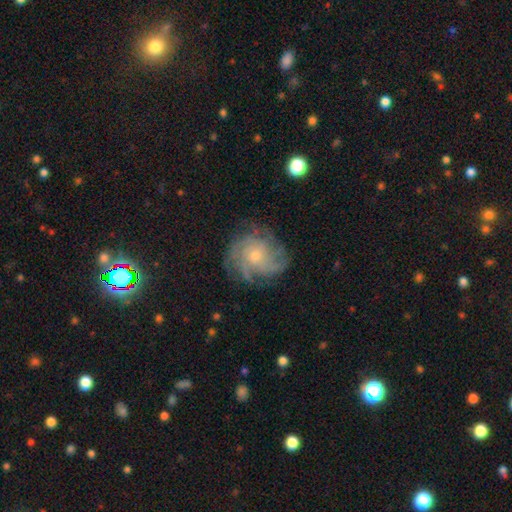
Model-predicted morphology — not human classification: featured or disk 78%, smooth 14%, star or artifact 8%. Down the decision tree: edge-on disk — no (98%); bar — no (81%); spiral arms — yes (93%); spiral arm count — can't tell (32%); spiral winding — tight (58%); bulge size — small (64%); merging — none (74%).